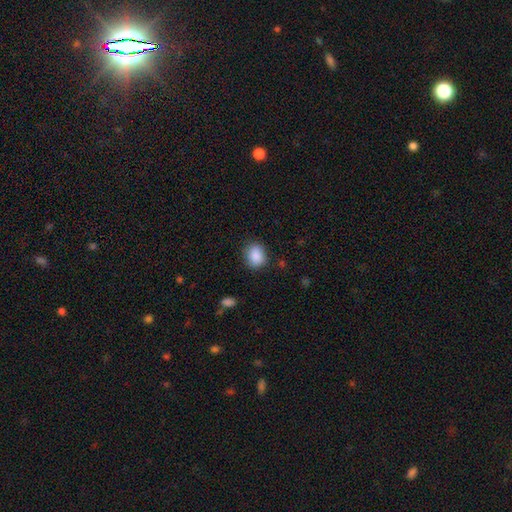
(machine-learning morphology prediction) The model was most divided on "how rounded": in between: 50%, round: 49%, cigar-shaped: 1%. More confident: smooth or featured — smooth (89%); merging — none (82%).